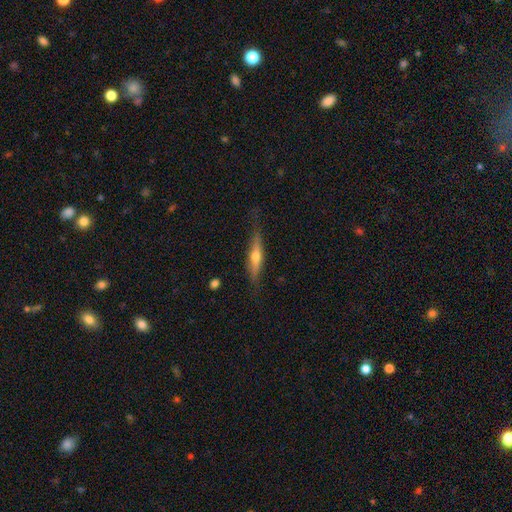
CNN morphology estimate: Overall: featured or disk (53%; smooth 41%). Edge-on disk: yes (91%). Merging: none (77%).